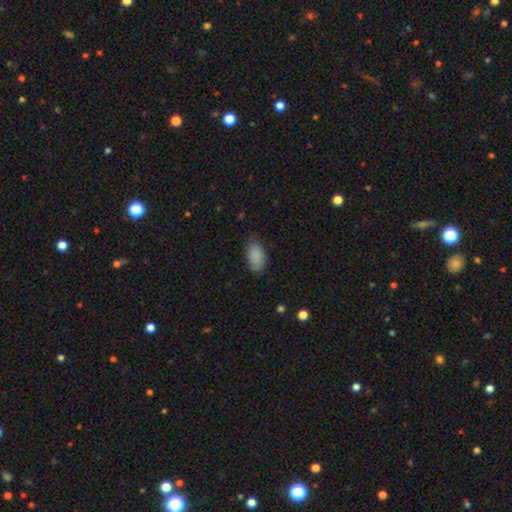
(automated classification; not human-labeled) A smooth galaxy with no disk features (88%) that is in between round and cigar-shaped (94%).

Vote fractions:
- Smooth or featured? smooth: 88% / star or artifact: 7% / featured or disk: 5%
- How rounded? in between: 94% / round: 4% / cigar-shaped: 2%
- Merging? none: 74% / minor disturbance: 21% / major disturbance: 4% / merger: 1%